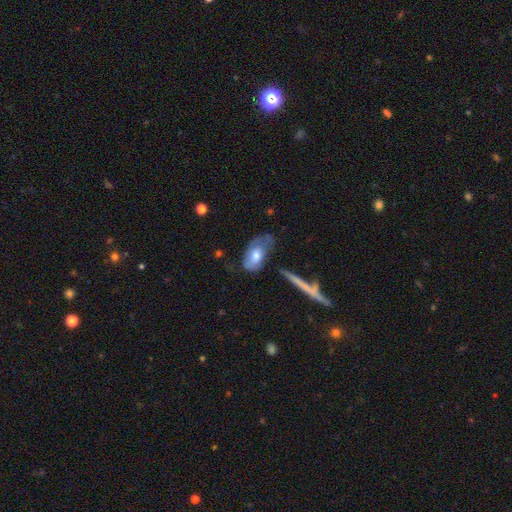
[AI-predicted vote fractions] Smooth or featured: smooth — 59% (featured or disk — 35%)
How rounded: in between — 89% (cigar-shaped — 6%)
Merging: none — 34% (tied with minor disturbance — 34%)